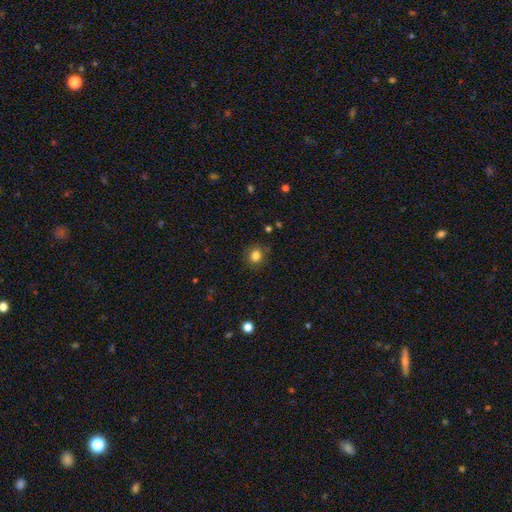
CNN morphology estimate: Overall: smooth (82%). How rounded: round (77%). Merging: none (84%).